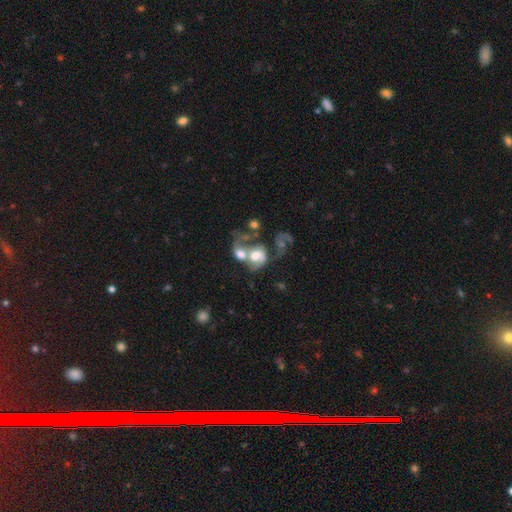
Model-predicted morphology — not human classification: The model was most divided on "bulge size": moderate: 46%, large: 32%, small: 11%, none: 6%, dominant: 5%. More confident: edge-on disk — no (97%); merging — merger (75%); bar — no (70%); spiral arms — yes (67%); smooth or featured — featured or disk (56%).